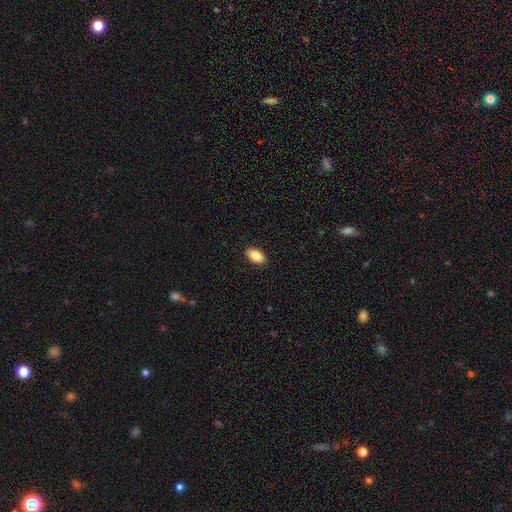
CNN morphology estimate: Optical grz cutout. It shows a smooth galaxy with no disk features (87%) that is in between round and cigar-shaped (93%). Merging: none (90%).